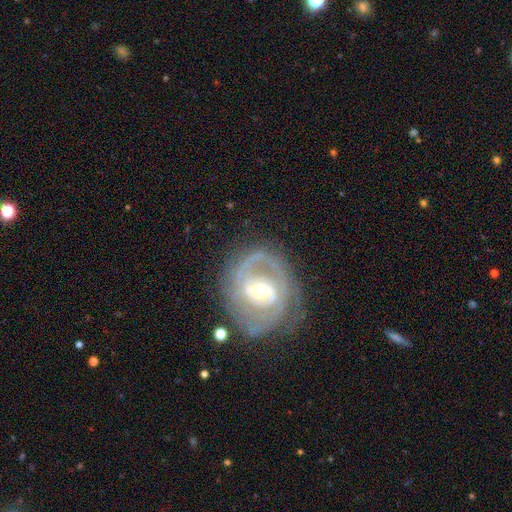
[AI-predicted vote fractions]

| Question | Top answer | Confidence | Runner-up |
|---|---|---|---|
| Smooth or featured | featured or disk | 87% | smooth (8%) |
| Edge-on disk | no | 97% | yes (3%) |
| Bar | weak | 46% | no (28%) |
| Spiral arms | yes | 92% | no (8%) |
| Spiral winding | tight | 55% | medium (36%) |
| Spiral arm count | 2 | 58% | can't tell (18%) |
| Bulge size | moderate | 53% | small (41%) |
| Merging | none | 71% | minor disturbance (17%) |